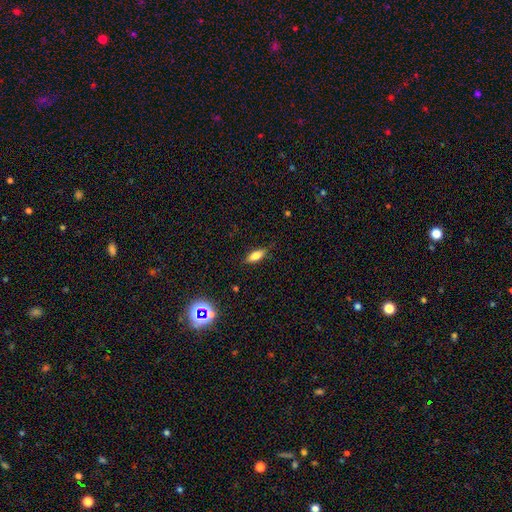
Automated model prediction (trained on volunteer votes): smooth 75%, featured or disk 15%, star or artifact 10%. Down the decision tree: how rounded — in between (71%); merging — none (82%).